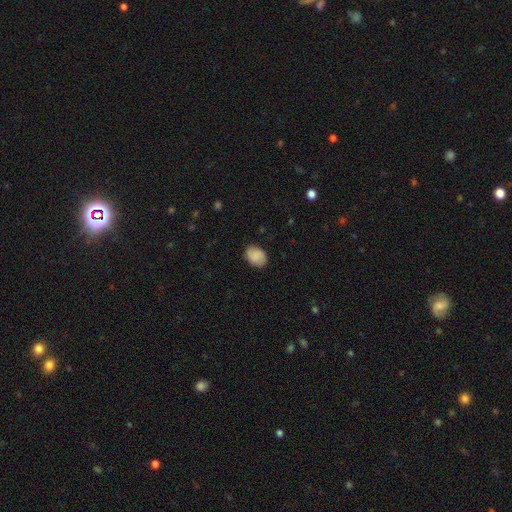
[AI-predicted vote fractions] This appears to be a smooth galaxy with no disk features (77%) that is in between round and cigar-shaped (74%). Merging: none (83%).